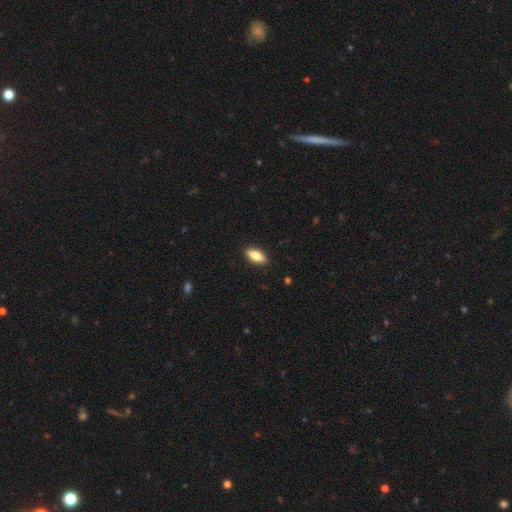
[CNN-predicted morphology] smooth 83%, featured or disk 11%, star or artifact 6%. Down the decision tree: how rounded — in between (81%); merging — none (89%).